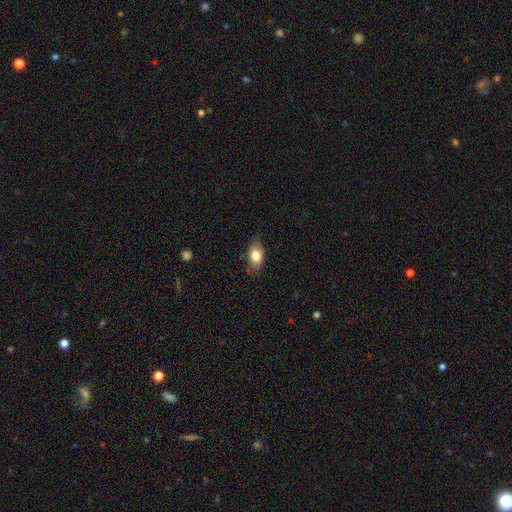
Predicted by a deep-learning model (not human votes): A smooth galaxy with no disk features (79%) that is in between round and cigar-shaped (85%). Merging: none (79%).